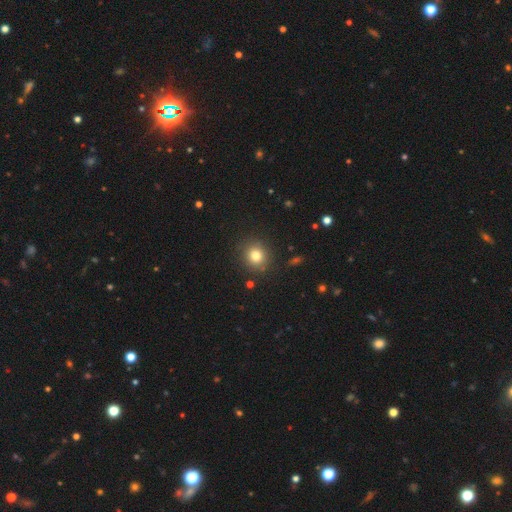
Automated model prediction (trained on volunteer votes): smooth_or_featured: smooth (p=0.79) [alt: star or artifact p=0.13]
how_rounded: round (p=0.87) [alt: in between p=0.12]
merging: none (p=0.89) [alt: minor disturbance p=0.07]